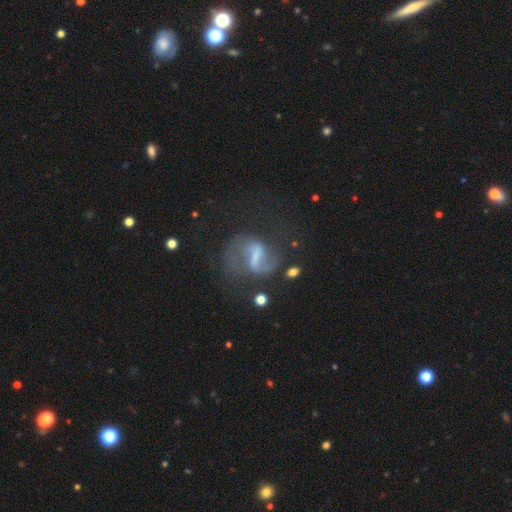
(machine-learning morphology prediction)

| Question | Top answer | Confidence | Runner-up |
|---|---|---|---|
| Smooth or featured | featured or disk | 81% | smooth (10%) |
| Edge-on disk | no | 96% | yes (4%) |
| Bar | strong | 51% | weak (38%) |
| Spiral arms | yes | 90% | no (10%) |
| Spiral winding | loose | 44% | tied: medium (44%) |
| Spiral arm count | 2 | 86% | 1 (6%) |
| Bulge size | small | 38% | none (36%) |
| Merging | none | 59% | major disturbance (20%) |